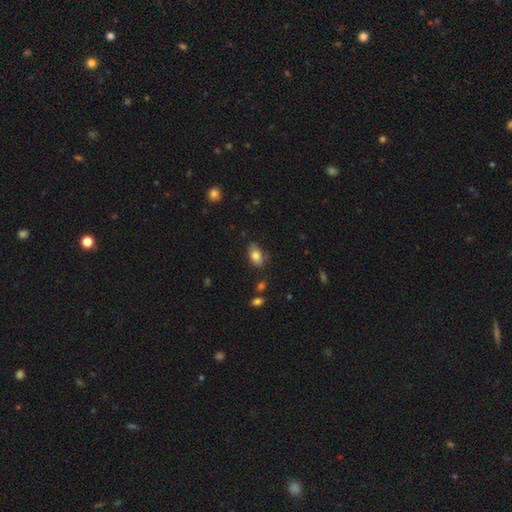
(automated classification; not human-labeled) Smooth or featured: smooth — 81% (featured or disk — 11%)
How rounded: in between — 90% (round — 7%)
Merging: none — 66% (minor disturbance — 26%)